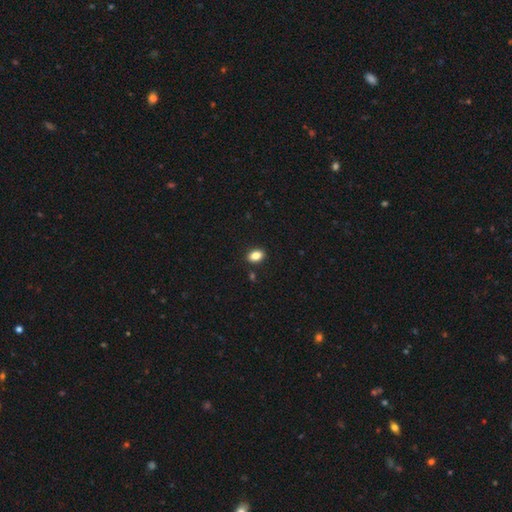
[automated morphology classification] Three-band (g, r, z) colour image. It shows a smooth galaxy with no disk features (85%) that is in between round and cigar-shaped (83%). Merging: none (88%).